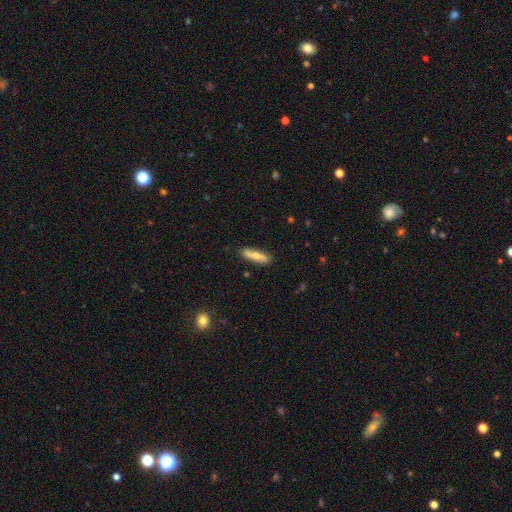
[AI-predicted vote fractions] Overall: smooth (64%; featured or disk 30%). How rounded: cigar-shaped (68%; in between 29%). Merging: none (85%).